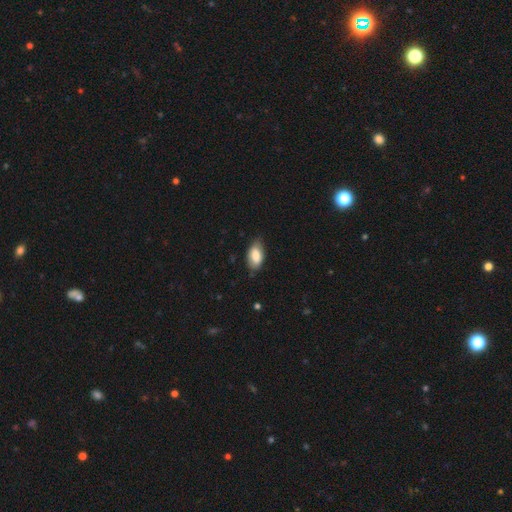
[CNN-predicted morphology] Smooth or featured: smooth — 79% (featured or disk — 15%)
How rounded: in between — 92% (cigar-shaped — 4%)
Merging: none — 68% (minor disturbance — 27%)